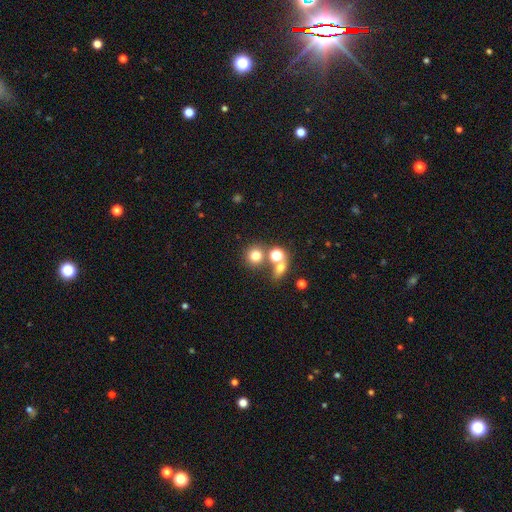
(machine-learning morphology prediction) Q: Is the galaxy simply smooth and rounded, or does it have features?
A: smooth — 73%.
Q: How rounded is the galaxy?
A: round — 89%.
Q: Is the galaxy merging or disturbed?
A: none — 67%.